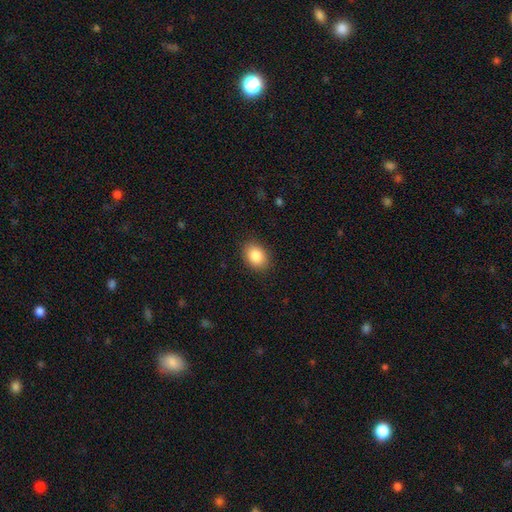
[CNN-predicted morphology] smooth-or-featured: smooth: 87% | star or artifact: 8% | featured or disk: 5%
  how-rounded: in between: 72% | round: 27% | cigar-shaped: 1%
  merging: none: 88% | minor disturbance: 9% | major disturbance: 2% | merger: 1%